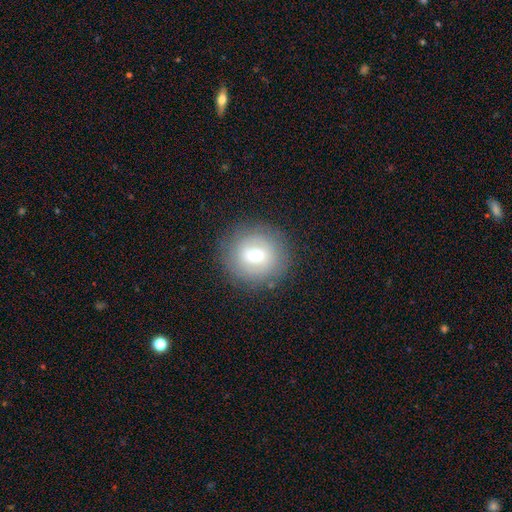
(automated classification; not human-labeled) A smooth galaxy with no disk features (52%) that is round (93%). Merging: none (85%).